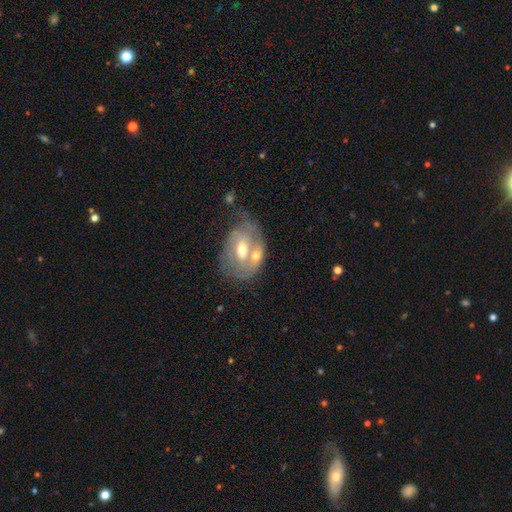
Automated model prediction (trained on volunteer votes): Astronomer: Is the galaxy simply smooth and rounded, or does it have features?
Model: featured or disk — 59%.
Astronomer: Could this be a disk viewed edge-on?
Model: no — 92%.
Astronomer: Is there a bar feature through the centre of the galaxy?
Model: no — 47% (runner-up: weak, 36%).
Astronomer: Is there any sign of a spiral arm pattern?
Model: no — 59% (runner-up: yes, 41%).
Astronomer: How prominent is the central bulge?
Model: moderate — 71%.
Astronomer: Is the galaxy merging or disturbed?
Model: merger — 42% (runner-up: none, 34%).